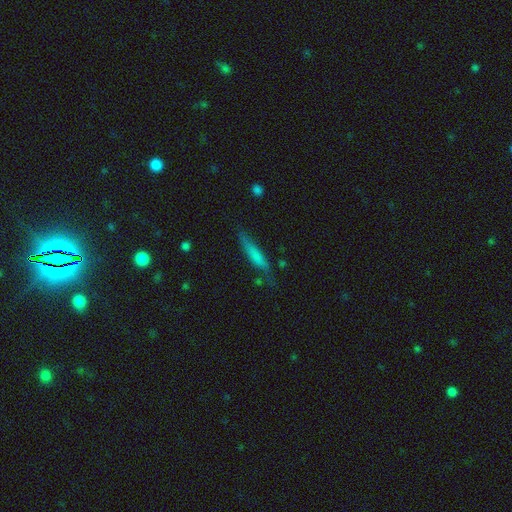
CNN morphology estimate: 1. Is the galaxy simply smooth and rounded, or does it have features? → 67% smooth, 26% featured or disk, 7% star or artifact.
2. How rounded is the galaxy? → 88% cigar-shaped, 11% in between, 2% round.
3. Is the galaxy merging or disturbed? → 70% none, 21% minor disturbance, 6% major disturbance, 3% merger.